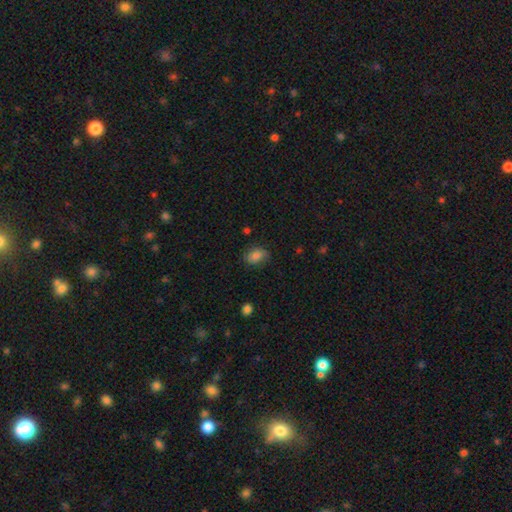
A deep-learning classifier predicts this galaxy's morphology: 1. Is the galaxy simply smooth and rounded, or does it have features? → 82% smooth, 9% featured or disk, 9% star or artifact.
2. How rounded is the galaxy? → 75% in between, 24% round, 1% cigar-shaped.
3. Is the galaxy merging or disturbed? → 72% none, 21% minor disturbance, 6% major disturbance, 1% merger.